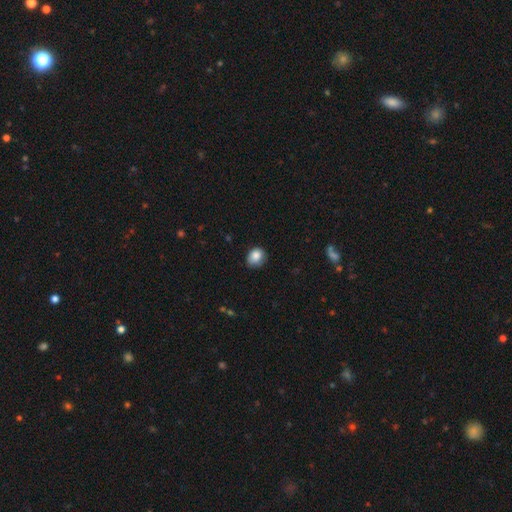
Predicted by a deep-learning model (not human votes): Smooth or featured: smooth — 85% (star or artifact — 9%)
How rounded: round — 65% (in between — 35%)
Merging: none — 74% (minor disturbance — 22%)